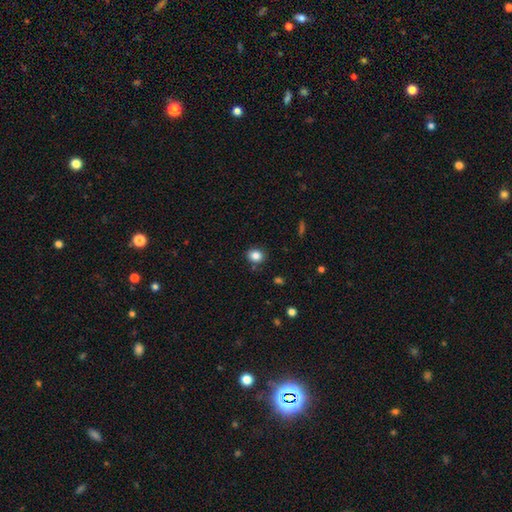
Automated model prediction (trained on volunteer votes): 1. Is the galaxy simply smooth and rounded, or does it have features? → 83% smooth, 11% star or artifact, 6% featured or disk.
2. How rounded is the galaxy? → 65% round, 34% in between, 1% cigar-shaped.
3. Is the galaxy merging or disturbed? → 85% none, 10% minor disturbance, 3% merger, 2% major disturbance.